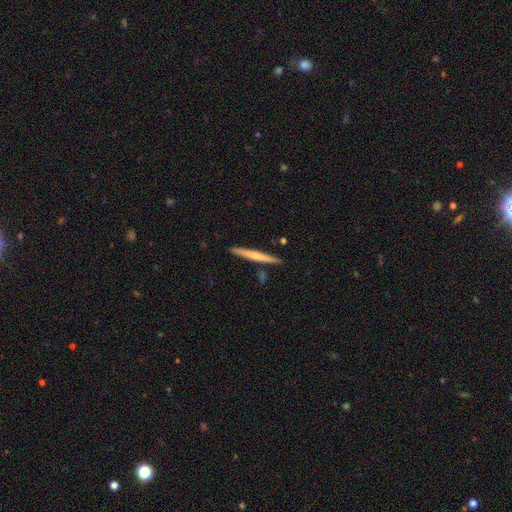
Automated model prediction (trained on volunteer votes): A smooth galaxy with no disk features (49%).

Vote fractions:
- Smooth or featured? smooth: 49% / featured or disk: 46% / star or artifact: 5%
- Merging? none: 88% / minor disturbance: 8% / merger: 3% / major disturbance: 1%